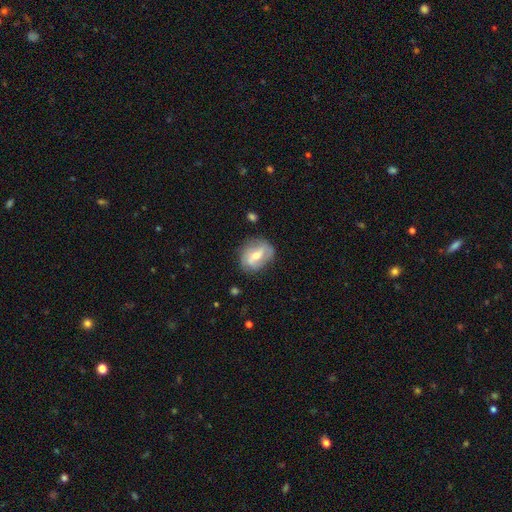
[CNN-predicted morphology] Smooth or featured: featured or disk — 59% (smooth — 34%)
Edge-on disk: no — 94% (yes — 6%)
Bar: weak — 43% (strong — 36%)
Spiral arms: yes — 68% (no — 32%)
Bulge size: moderate — 55% (small — 38%)
Merging: none — 70% (minor disturbance — 21%)